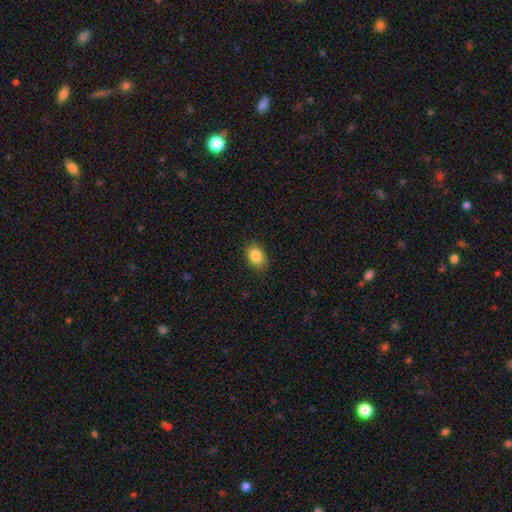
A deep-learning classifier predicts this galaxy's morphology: A smooth galaxy with no disk features (86%) that is in between round and cigar-shaped (79%). Merging: none (87%).